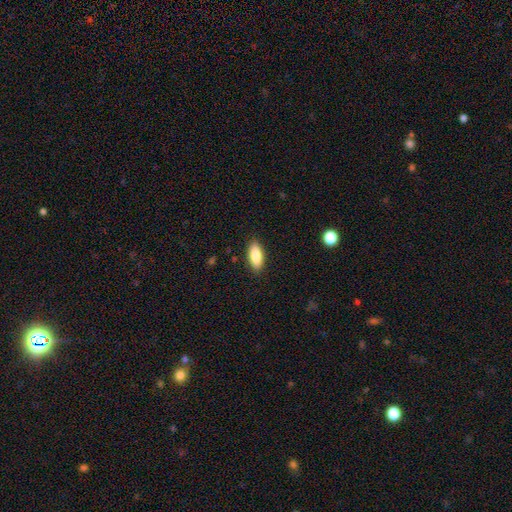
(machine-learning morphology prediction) This is clearly a smooth galaxy (86%). How rounded: clearly in between (82%). Merging: clearly none (88%).